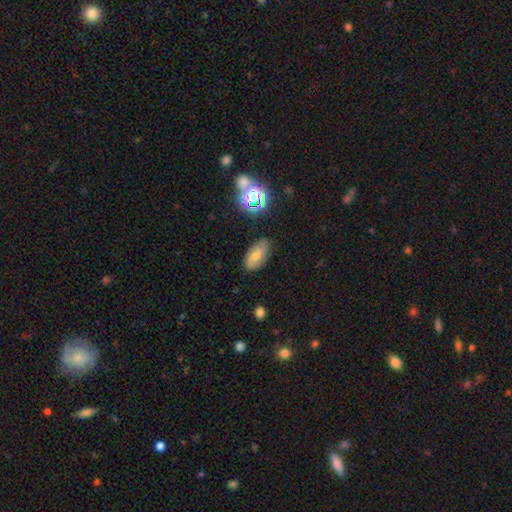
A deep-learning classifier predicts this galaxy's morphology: Smooth or featured?
  - smooth: 64% *
  - featured or disk: 24%
  - star or artifact: 12%
How rounded?
  - in between: 90% *
  - round: 6%
  - cigar-shaped: 4%
Merging?
  - none: 75% *
  - minor disturbance: 18%
  - major disturbance: 4%
  - merger: 2%